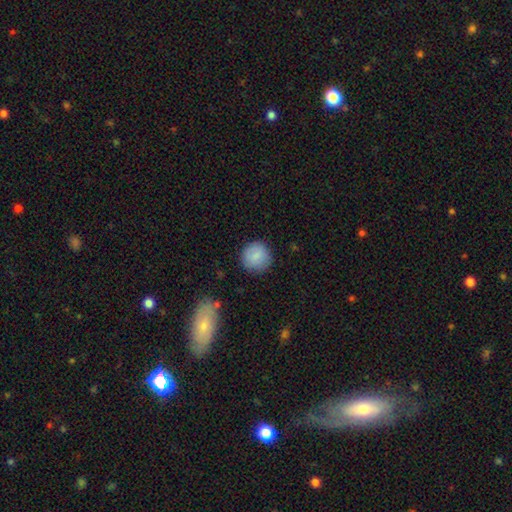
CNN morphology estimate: Smooth or featured? smooth (85%)
How rounded? round (93%)
Merging? none (86%)